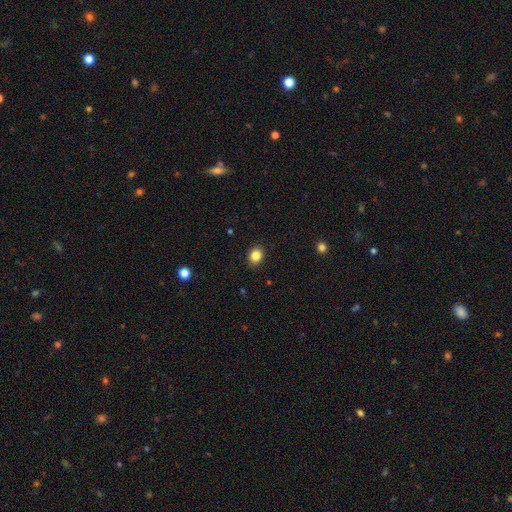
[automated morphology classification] Overall: smooth (85%). How rounded: in between (56%; round 44%). Merging: none (89%).